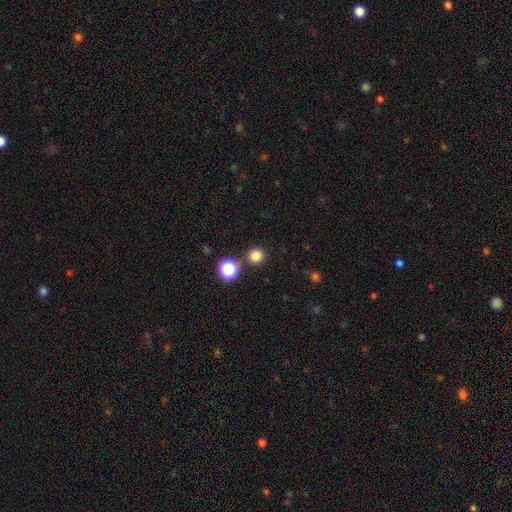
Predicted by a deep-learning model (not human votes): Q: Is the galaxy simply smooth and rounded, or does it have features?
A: smooth — 80%.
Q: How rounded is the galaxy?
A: round — 94%.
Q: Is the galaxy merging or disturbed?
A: none — 85%.